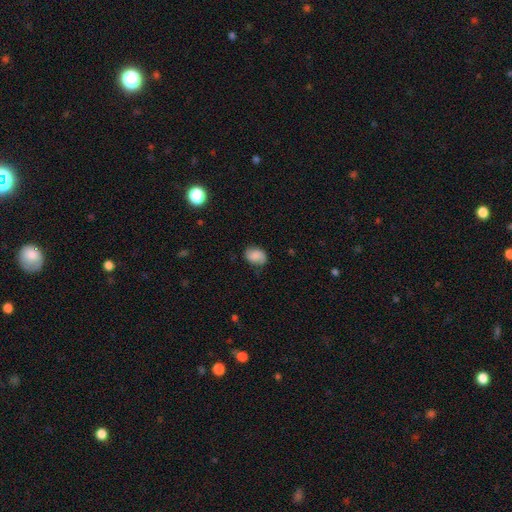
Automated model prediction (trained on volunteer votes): smooth 75%, featured or disk 17%, star or artifact 9%. Down the decision tree: how rounded — in between (69%); merging — none (73%).